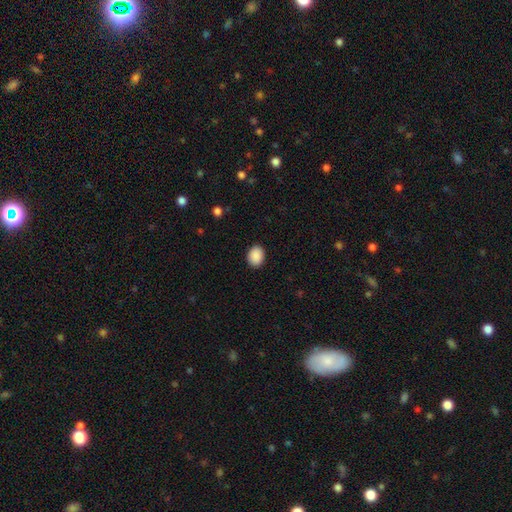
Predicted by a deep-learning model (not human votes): smooth 90%, star or artifact 7%, featured or disk 2%. Down the decision tree: how rounded — in between (65%); merging — none (90%).